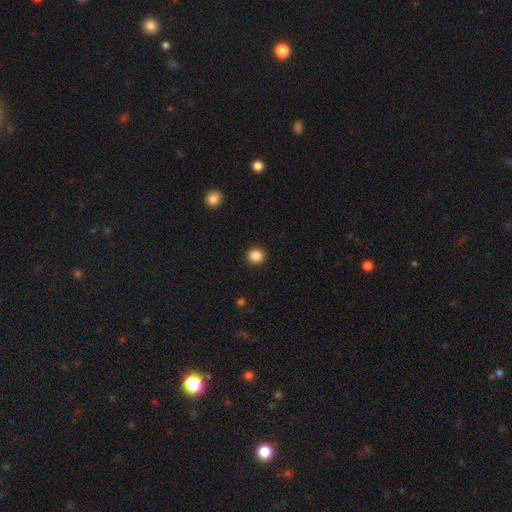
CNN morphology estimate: Smooth or featured?
  - smooth: 86% *
  - star or artifact: 11%
  - featured or disk: 4%
How rounded?
  - round: 86% *
  - in between: 14%
  - cigar-shaped: 1%
Merging?
  - none: 92% *
  - minor disturbance: 5%
  - major disturbance: 2%
  - merger: 1%